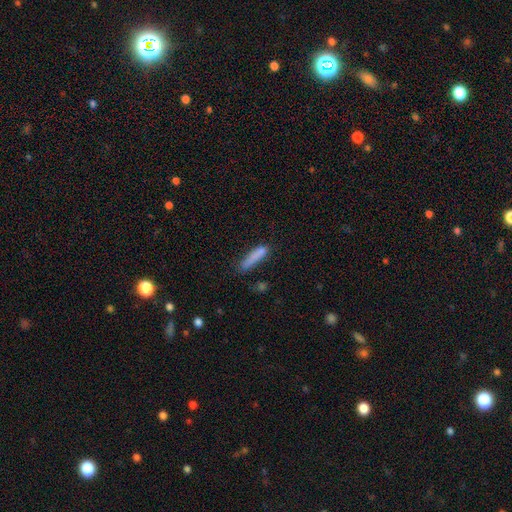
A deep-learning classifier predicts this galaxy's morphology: Q: Smooth or featured?
A: smooth (82%); runner-up: featured or disk (10%)
Q: How rounded?
A: cigar-shaped (85%); runner-up: in between (14%)
Q: Merging?
A: none (66%); runner-up: minor disturbance (22%)